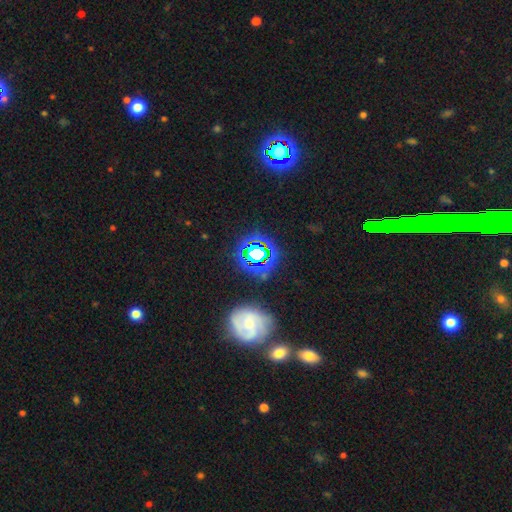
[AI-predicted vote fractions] smooth_or_featured: star or artifact (p=0.50) [alt: featured or disk p=0.27]